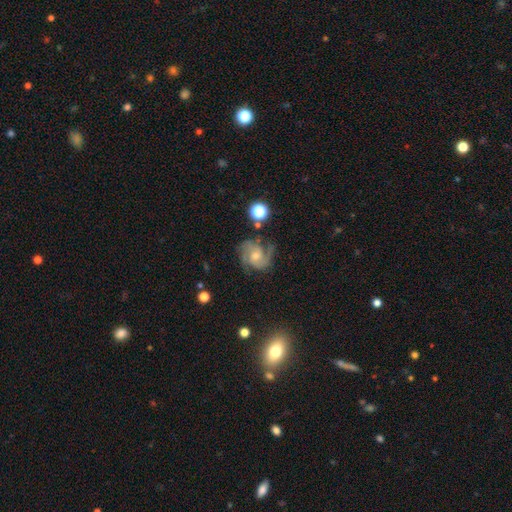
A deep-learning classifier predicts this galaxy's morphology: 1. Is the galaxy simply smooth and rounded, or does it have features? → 80% featured or disk, 12% smooth, 8% star or artifact.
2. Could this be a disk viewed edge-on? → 98% no, 2% yes.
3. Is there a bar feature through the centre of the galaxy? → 63% no, 31% weak, 5% strong.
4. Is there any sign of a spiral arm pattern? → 95% yes, 5% no.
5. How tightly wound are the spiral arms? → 51% medium, 31% tight, 18% loose.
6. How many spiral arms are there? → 48% 2, 25% 3, 14% can't tell, 6% 1, 4% 4, 4% more than 4.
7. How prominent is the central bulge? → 50% moderate, 44% small, 3% large, 3% none, 1% dominant.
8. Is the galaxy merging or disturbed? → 60% none, 22% minor disturbance, 14% major disturbance, 3% merger.